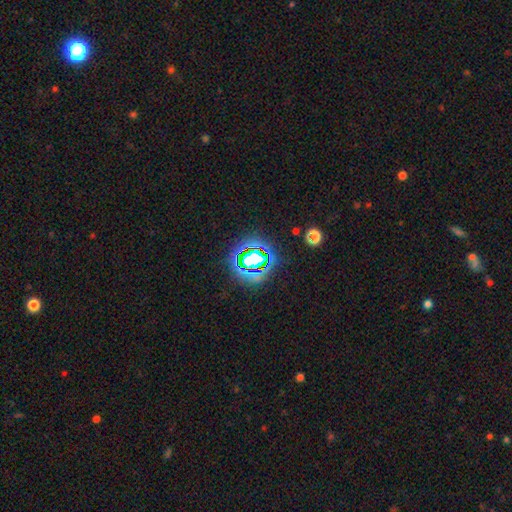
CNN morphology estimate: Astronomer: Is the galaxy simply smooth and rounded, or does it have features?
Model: star or artifact — 68%.